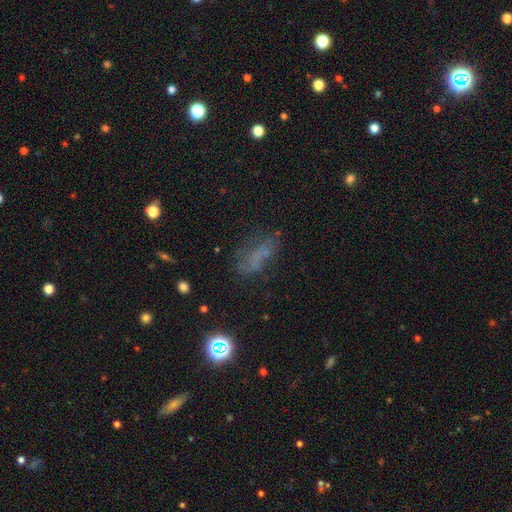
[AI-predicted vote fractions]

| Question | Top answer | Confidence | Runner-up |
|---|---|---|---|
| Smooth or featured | smooth | 46% | featured or disk (29%) |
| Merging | none | 51% | minor disturbance (23%) |